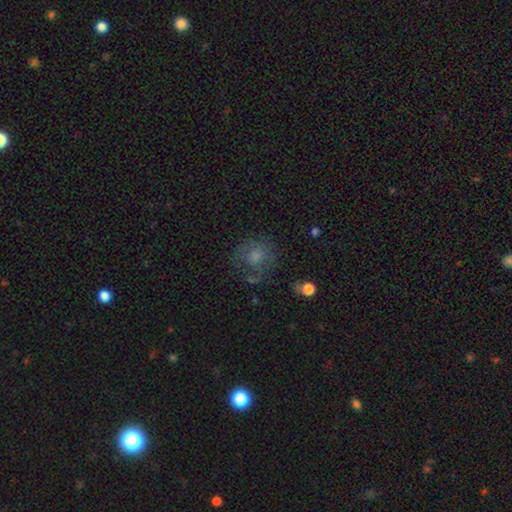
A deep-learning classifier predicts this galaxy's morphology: Smooth or featured? Predicted: smooth (p=0.64). How rounded? Predicted: round (p=0.79). Merging? Predicted: none (p=0.57).